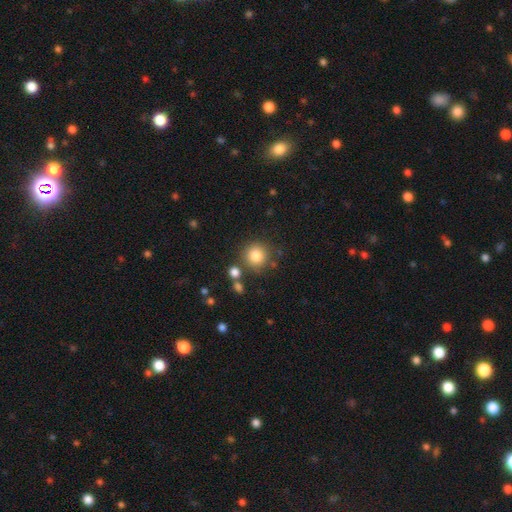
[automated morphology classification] Smooth or featured? Predicted: smooth (p=0.83). How rounded? Predicted: round (p=0.92). Merging? Predicted: none (p=0.80).